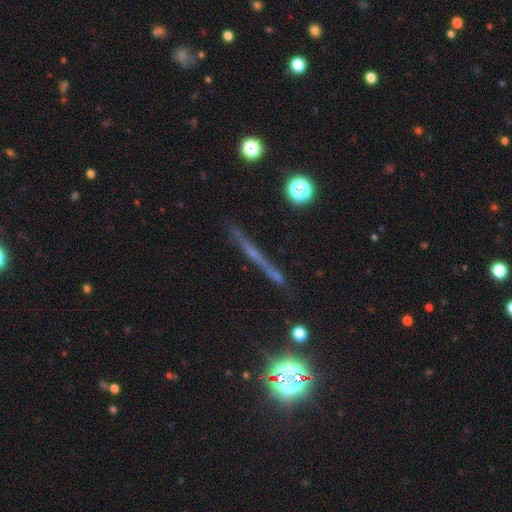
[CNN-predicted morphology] Q: Smooth or featured?
A: featured or disk (55%); runner-up: smooth (25%)
Q: Edge-on disk?
A: yes (94%); runner-up: no (6%)
Q: Edge-on bulge?
A: none (70%); runner-up: rounded (23%)
Q: Merging?
A: none (84%); runner-up: minor disturbance (10%)